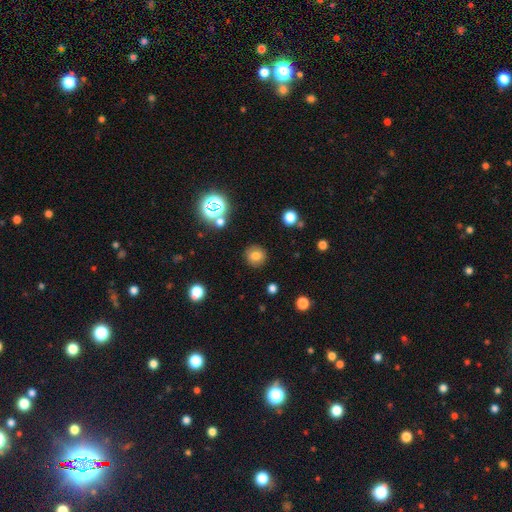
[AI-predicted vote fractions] Smooth or featured: smooth — 76% (star or artifact — 15%)
How rounded: round — 91% (in between — 8%)
Merging: none — 88% (minor disturbance — 7%)